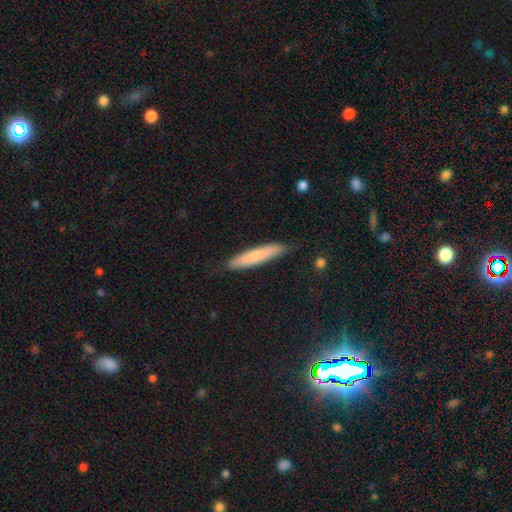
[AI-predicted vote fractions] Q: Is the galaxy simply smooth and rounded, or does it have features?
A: smooth — 73%.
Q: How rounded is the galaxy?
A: cigar-shaped — 90%.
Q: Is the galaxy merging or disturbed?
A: none — 85%.